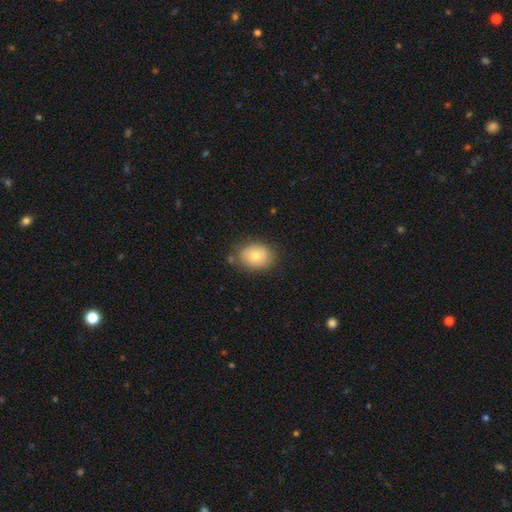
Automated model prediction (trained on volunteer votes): Q: Smooth or featured?
A: smooth (75%); runner-up: featured or disk (17%)
Q: How rounded?
A: in between (58%); runner-up: round (41%)
Q: Merging?
A: none (76%); runner-up: minor disturbance (17%)